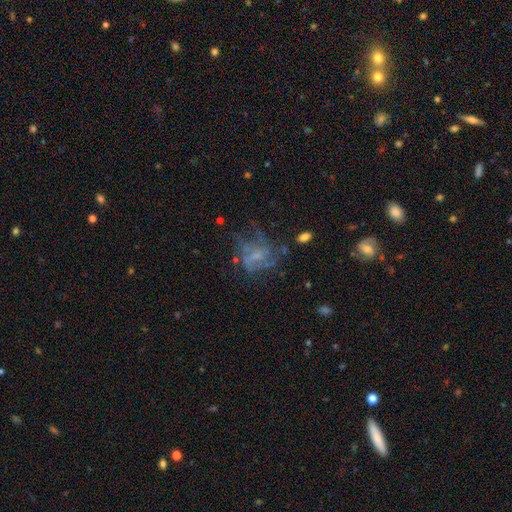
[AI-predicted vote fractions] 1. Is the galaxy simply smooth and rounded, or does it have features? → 62% featured or disk, 23% smooth, 15% star or artifact.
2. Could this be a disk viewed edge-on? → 97% no, 3% yes.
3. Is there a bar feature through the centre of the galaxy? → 58% no, 36% weak, 7% strong.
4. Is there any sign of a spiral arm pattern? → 56% yes, 44% no.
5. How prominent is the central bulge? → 38% small, 36% none, 22% moderate, 3% large, 1% dominant.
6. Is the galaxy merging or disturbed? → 40% none, 35% major disturbance, 20% minor disturbance, 5% merger.